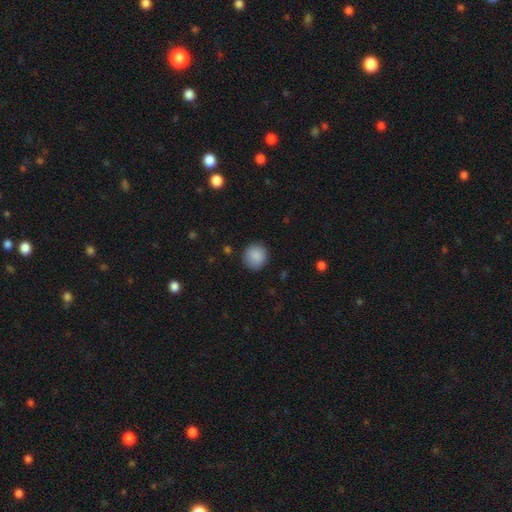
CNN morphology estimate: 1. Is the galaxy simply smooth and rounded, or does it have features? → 89% smooth, 8% star or artifact, 3% featured or disk.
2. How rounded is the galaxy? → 92% round, 7% in between, 1% cigar-shaped.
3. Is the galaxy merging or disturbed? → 89% none, 7% minor disturbance, 2% major disturbance, 1% merger.